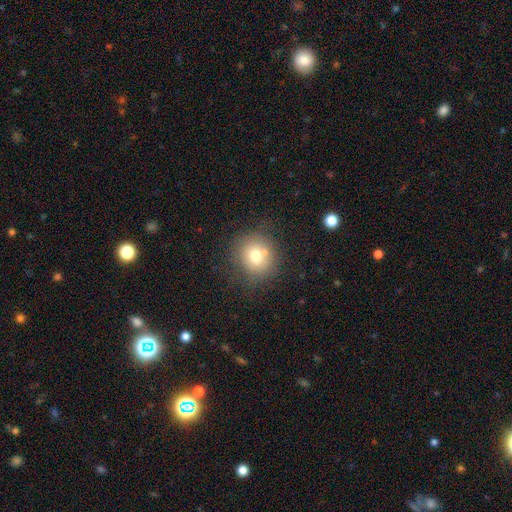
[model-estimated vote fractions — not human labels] Overall: smooth (71%). How rounded: round (83%). Merging: none (67%).